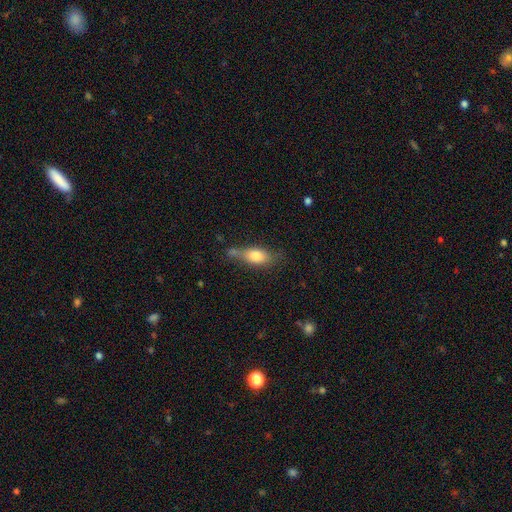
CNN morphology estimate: Smooth or featured?
  - smooth: 74% *
  - featured or disk: 18%
  - star or artifact: 7%
How rounded?
  - in between: 73% *
  - cigar-shaped: 21%
  - round: 6%
Merging?
  - none: 50% *
  - minor disturbance: 27%
  - merger: 13%
  - major disturbance: 9%